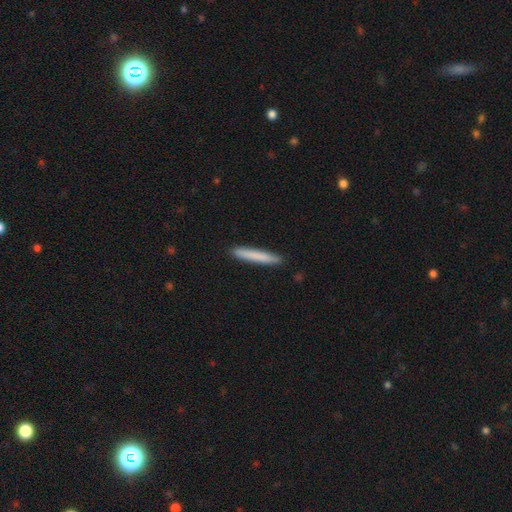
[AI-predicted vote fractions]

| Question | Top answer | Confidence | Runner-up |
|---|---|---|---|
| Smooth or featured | smooth | 80% | featured or disk (15%) |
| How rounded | cigar-shaped | 96% | in between (3%) |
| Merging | none | 91% | minor disturbance (6%) |